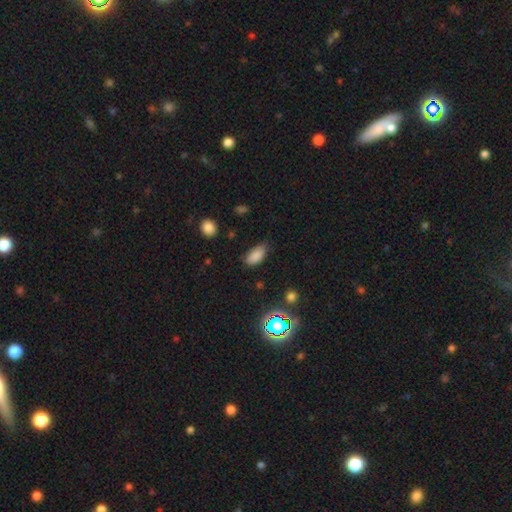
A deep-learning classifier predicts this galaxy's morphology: smooth-or-featured: smooth: 83% | star or artifact: 12% | featured or disk: 6%
  how-rounded: in between: 91% | cigar-shaped: 5% | round: 4%
  merging: none: 72% | minor disturbance: 22% | major disturbance: 5% | merger: 2%